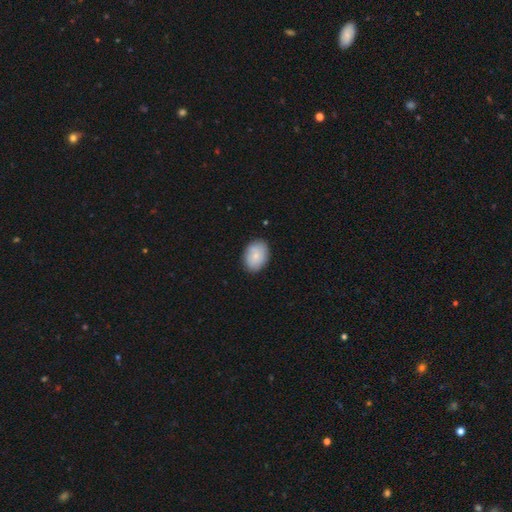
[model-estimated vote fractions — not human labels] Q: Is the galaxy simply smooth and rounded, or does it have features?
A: smooth — 79%.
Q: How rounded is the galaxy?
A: in between — 77%.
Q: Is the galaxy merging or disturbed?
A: none — 84%.